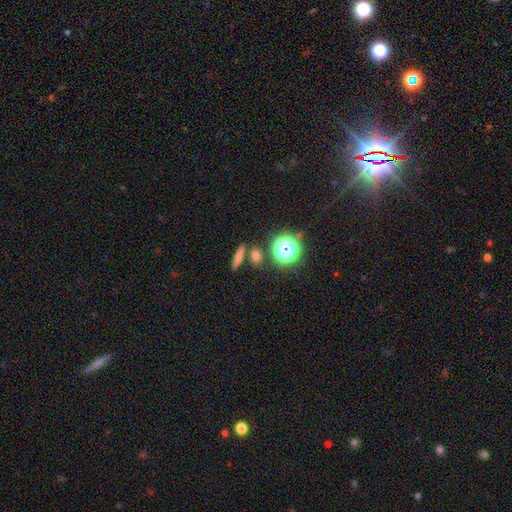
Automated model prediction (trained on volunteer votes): Smooth or featured? Predicted: smooth (p=0.69). How rounded? Predicted: round (p=0.42). Merging? Predicted: none (p=0.81).